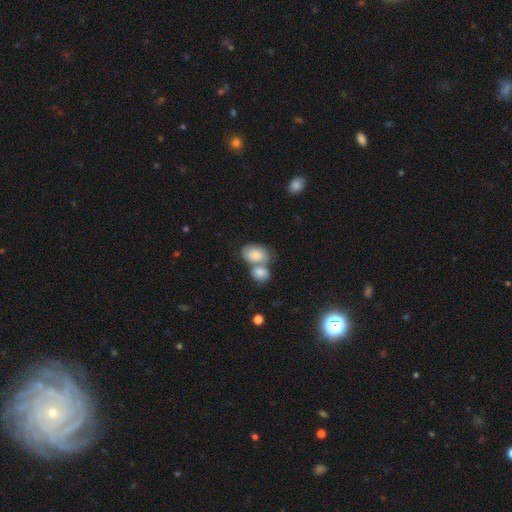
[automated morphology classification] This appears to be a smooth galaxy with no disk features (79%) that is in between round and cigar-shaped (80%). Merging: merger (59%).